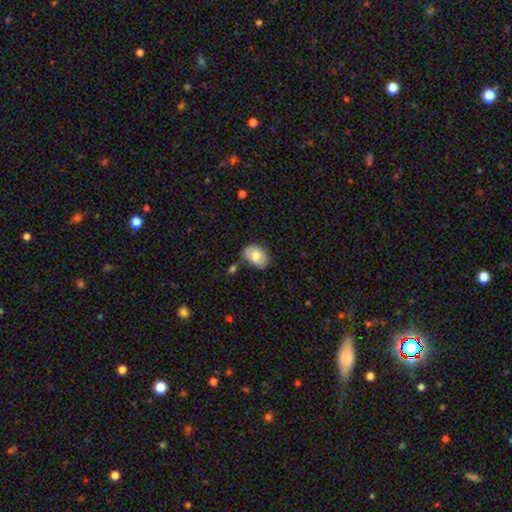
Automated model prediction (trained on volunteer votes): Smooth or featured: smooth — 74% (featured or disk — 19%)
How rounded: in between — 77% (round — 22%)
Merging: none — 66% (minor disturbance — 24%)